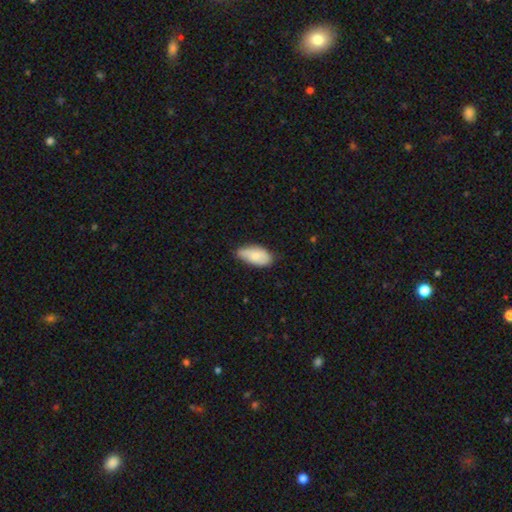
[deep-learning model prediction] A smooth galaxy with no disk features (75%) that is in between round and cigar-shaped (93%). Merging: none (49%).